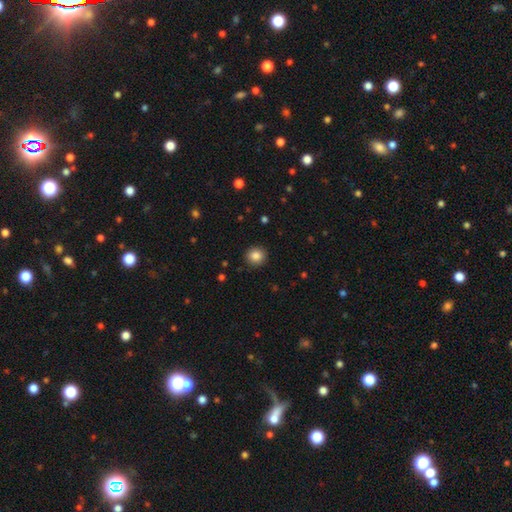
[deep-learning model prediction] Morphology: type=smooth (86%); roundness=round (90%); merging=none (91%).